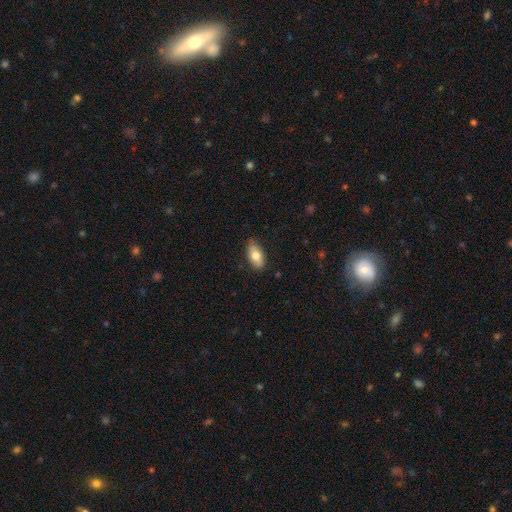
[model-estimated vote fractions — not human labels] smooth_or_featured: smooth (p=0.75) [alt: featured or disk p=0.18]
how_rounded: in between (p=0.91) [alt: cigar-shaped p=0.05]
merging: none (p=0.81) [alt: minor disturbance p=0.16]